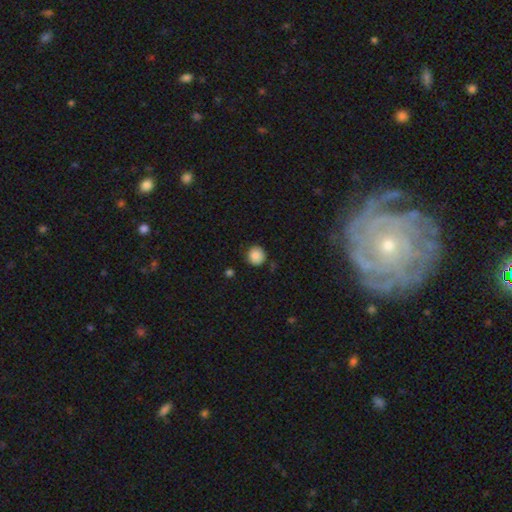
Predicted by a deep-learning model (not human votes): Smooth or featured? Predicted: smooth (p=0.86). How rounded? Predicted: round (p=0.93). Merging? Predicted: none (p=0.84).